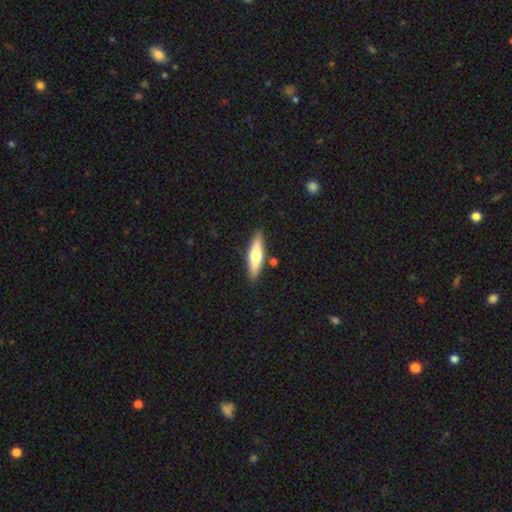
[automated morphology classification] Smooth or featured?
  - smooth: 55% *
  - featured or disk: 40%
  - star or artifact: 6%
How rounded?
  - cigar-shaped: 71% *
  - in between: 27%
  - round: 2%
Merging?
  - none: 85% *
  - minor disturbance: 10%
  - merger: 3%
  - major disturbance: 2%